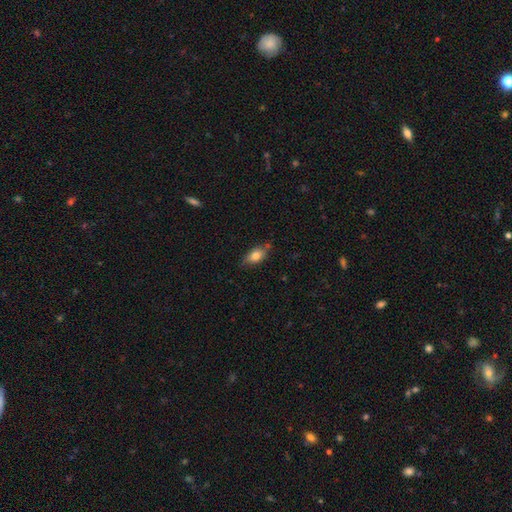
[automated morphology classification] type=smooth (79%); roundness=in between (87%); merging=none (70%).